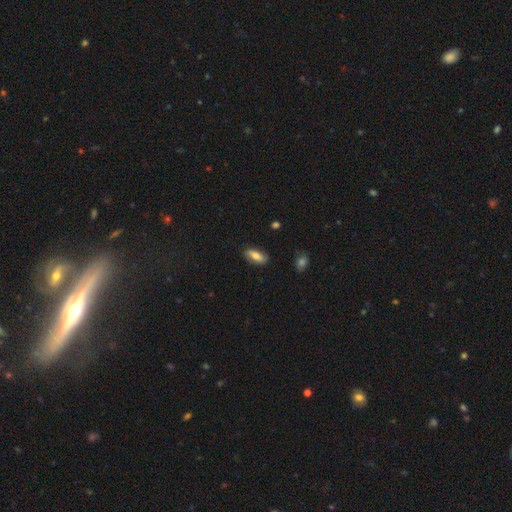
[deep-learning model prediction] This appears to be a smooth galaxy with no disk features (71%) that is in between round and cigar-shaped (79%). Merging: none (82%).